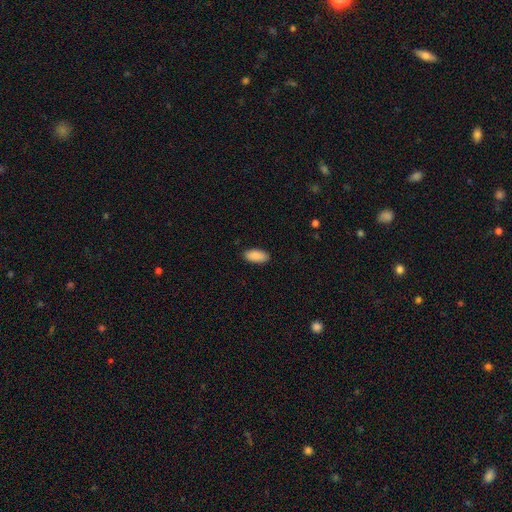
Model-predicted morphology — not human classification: The model was most divided on "merging": none: 89%, minor disturbance: 8%, major disturbance: 2%, merger: 1%. More confident: how rounded — in between (91%); smooth or featured — smooth (90%).